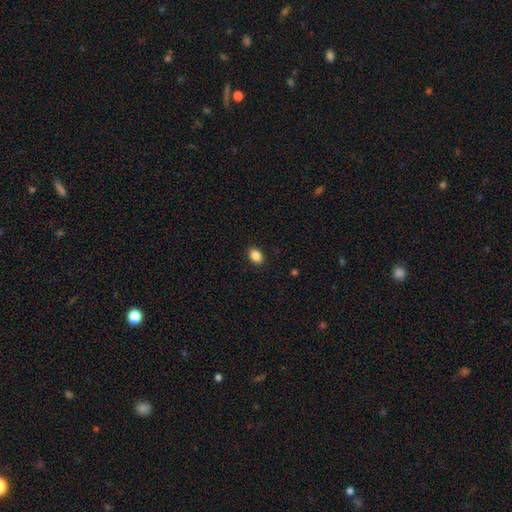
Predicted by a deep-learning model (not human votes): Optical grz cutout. It shows a smooth galaxy with no disk features (87%) that is in between round and cigar-shaped (73%). Merging: none (90%).